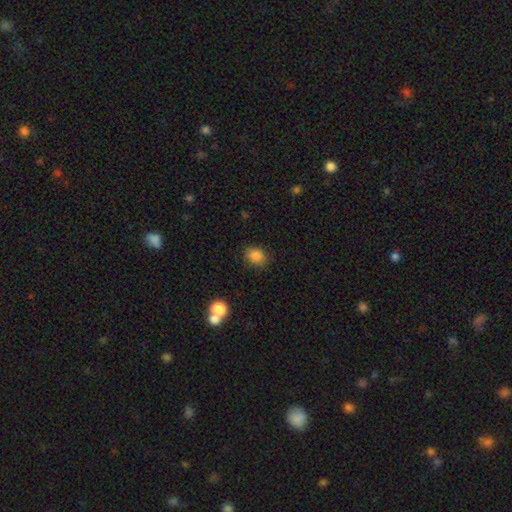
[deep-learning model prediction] smooth-or-featured: smooth: 84% | star or artifact: 11% | featured or disk: 5%
  how-rounded: in between: 58% | round: 40% | cigar-shaped: 1%
  merging: none: 81% | minor disturbance: 13% | major disturbance: 3% | merger: 3%